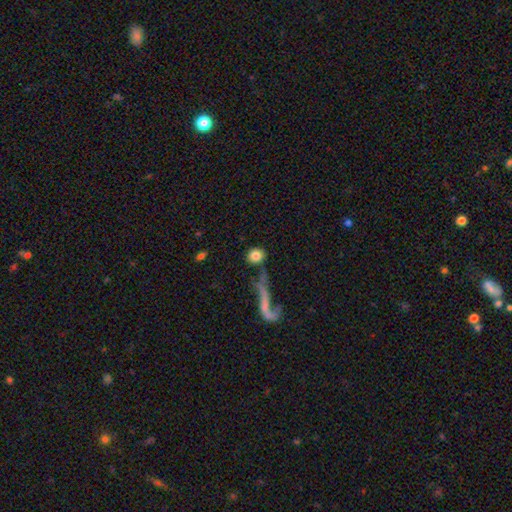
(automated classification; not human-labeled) This appears to be a smooth galaxy with no disk features (81%) that is round (76%). Merging: none (66%).